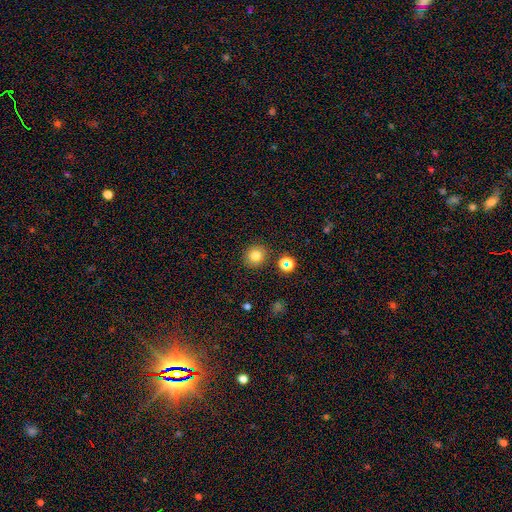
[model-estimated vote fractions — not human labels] Smooth or featured: smooth — 79% (star or artifact — 14%)
How rounded: round — 86% (in between — 13%)
Merging: none — 89% (minor disturbance — 6%)